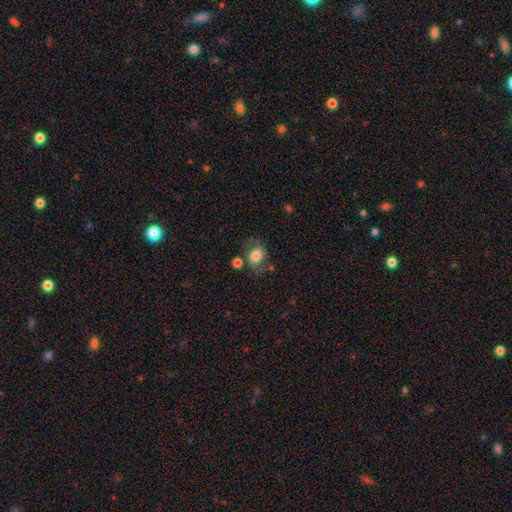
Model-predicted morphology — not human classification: Smooth or featured?
  - smooth: 72% *
  - featured or disk: 19%
  - star or artifact: 9%
How rounded?
  - in between: 54% *
  - round: 44%
  - cigar-shaped: 1%
Merging?
  - none: 58% *
  - minor disturbance: 22%
  - major disturbance: 11%
  - merger: 9%